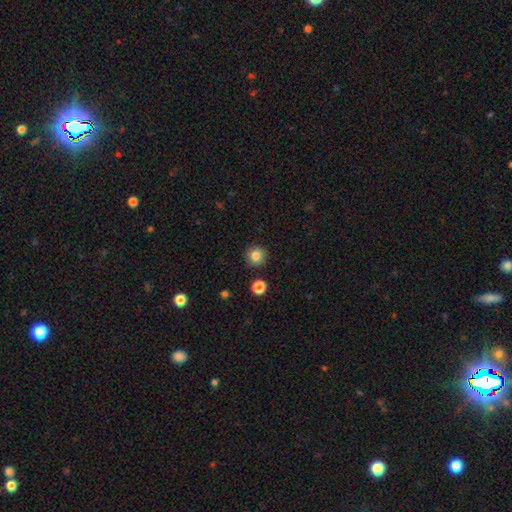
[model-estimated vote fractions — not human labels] This appears to be a smooth galaxy with no disk features (84%) that is round (93%). Merging: none (90%).